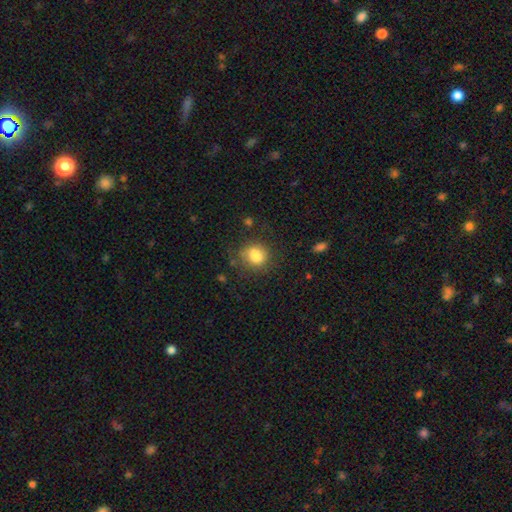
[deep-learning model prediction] This is clearly a smooth galaxy (81%). How rounded: likely round (65%). Merging: likely none (64%).